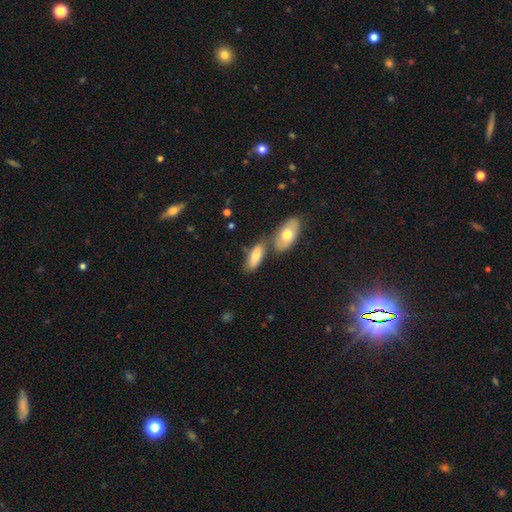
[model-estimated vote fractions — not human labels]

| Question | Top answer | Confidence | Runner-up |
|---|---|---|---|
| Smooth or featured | smooth | 79% | featured or disk (15%) |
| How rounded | in between | 80% | cigar-shaped (17%) |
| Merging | none | 52% | merger (28%) |